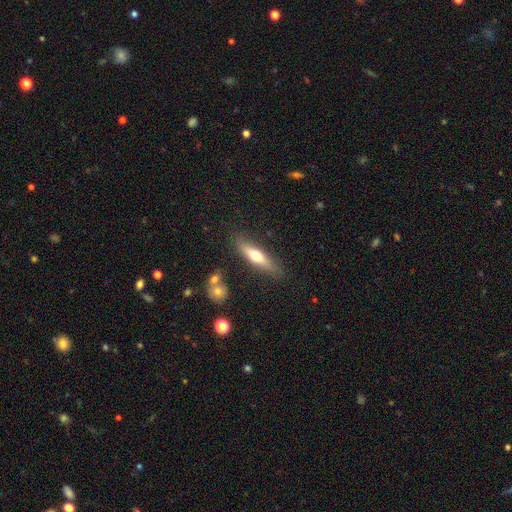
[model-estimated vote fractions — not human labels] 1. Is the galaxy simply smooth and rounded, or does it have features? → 52% smooth, 42% featured or disk, 6% star or artifact.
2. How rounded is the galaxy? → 75% cigar-shaped, 23% in between, 2% round.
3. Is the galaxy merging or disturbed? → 82% none, 12% minor disturbance, 3% merger, 3% major disturbance.